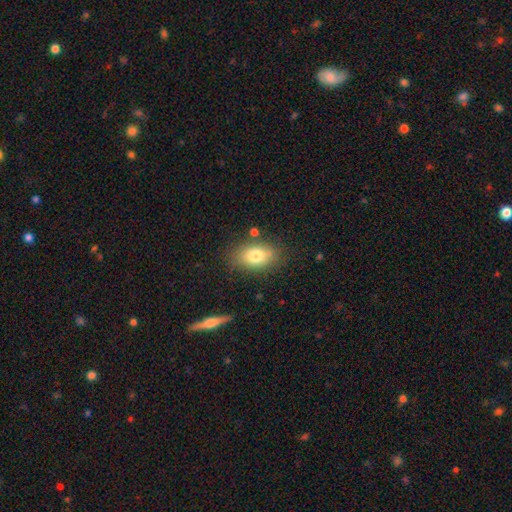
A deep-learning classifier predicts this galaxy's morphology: Smooth or featured: smooth — 78% (featured or disk — 13%)
How rounded: in between — 86% (round — 11%)
Merging: none — 78% (minor disturbance — 14%)